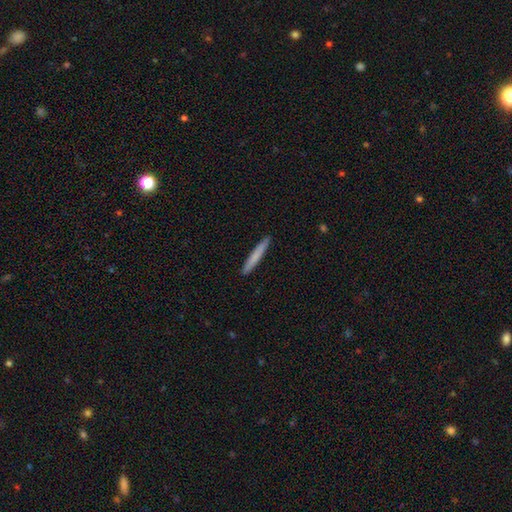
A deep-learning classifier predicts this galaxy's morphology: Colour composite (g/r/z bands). It shows a smooth galaxy with no disk features (74%) that is cigar-shaped (96%). Merging: none (92%).